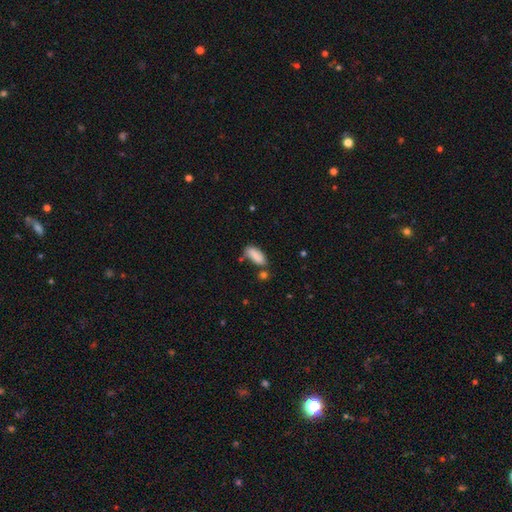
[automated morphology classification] smooth-or-featured: smooth: 86% | star or artifact: 7% | featured or disk: 6%
  how-rounded: in between: 80% | cigar-shaped: 17% | round: 2%
  merging: none: 62% | minor disturbance: 21% | merger: 11% | major disturbance: 6%